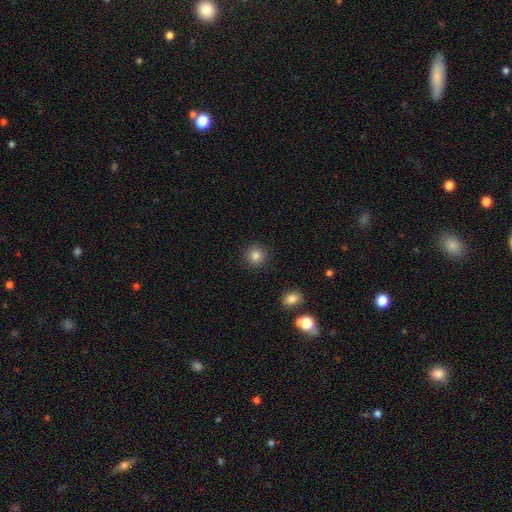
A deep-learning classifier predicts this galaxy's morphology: This appears to be a smooth galaxy with no disk features (84%) that is round (93%). Merging: none (91%).